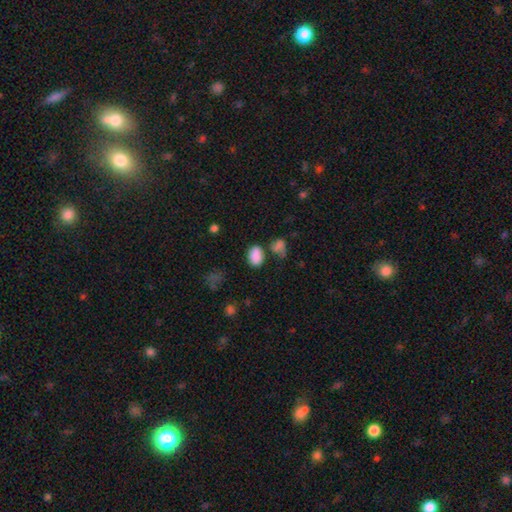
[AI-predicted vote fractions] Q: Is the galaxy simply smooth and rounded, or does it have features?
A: smooth — 83%.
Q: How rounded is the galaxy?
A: in between — 81%.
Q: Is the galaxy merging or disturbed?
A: none — 59%.